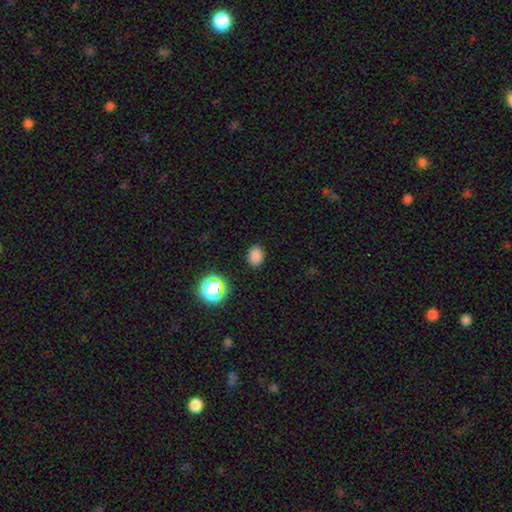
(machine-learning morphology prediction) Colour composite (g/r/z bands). It shows a smooth galaxy with no disk features (80%) that is in between round and cigar-shaped (62%). Merging: none (87%).